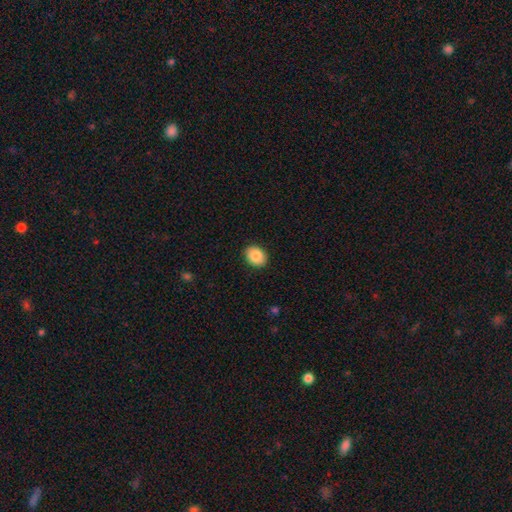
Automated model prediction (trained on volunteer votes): Smooth or featured?
  - smooth: 87% *
  - star or artifact: 7%
  - featured or disk: 5%
How rounded?
  - in between: 60% *
  - round: 39%
  - cigar-shaped: 1%
Merging?
  - none: 90% *
  - minor disturbance: 7%
  - major disturbance: 2%
  - merger: 1%